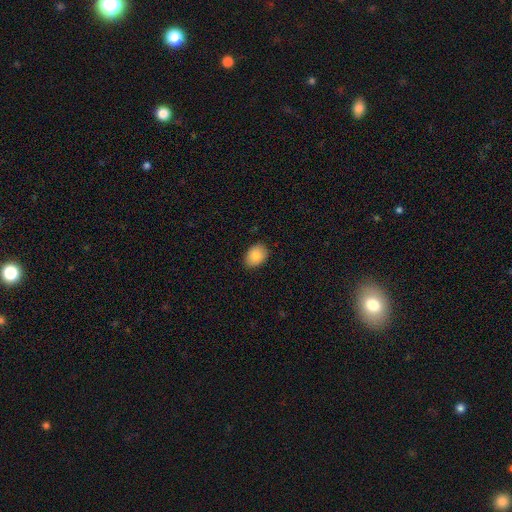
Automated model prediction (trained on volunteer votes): smooth_or_featured: smooth (p=0.83) [alt: featured or disk p=0.10]
how_rounded: in between (p=0.76) [alt: round p=0.23]
merging: none (p=0.86) [alt: minor disturbance p=0.11]